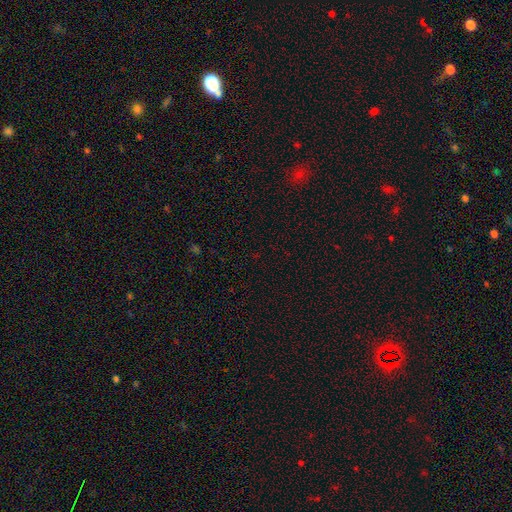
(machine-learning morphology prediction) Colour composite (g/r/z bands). It shows a star or artifact, not a galaxy (67%).